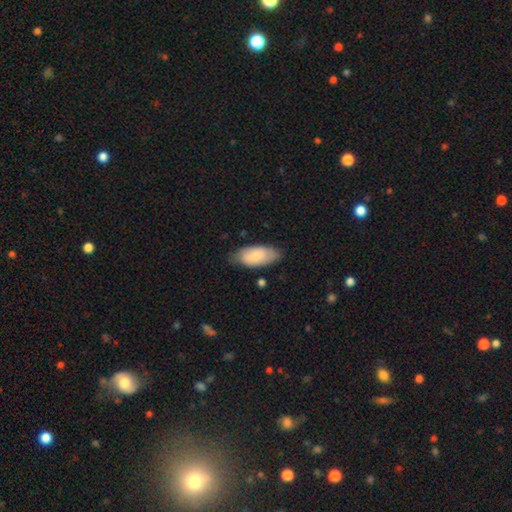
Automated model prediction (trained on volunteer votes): Smooth or featured? smooth (78%)
How rounded? in between (92%)
Merging? none (72%)